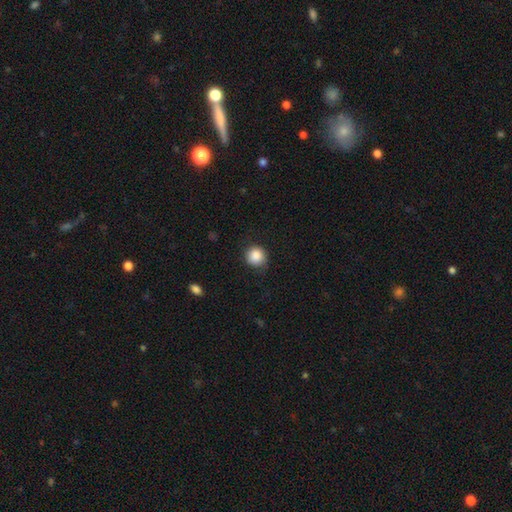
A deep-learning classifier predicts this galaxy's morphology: The model was most divided on "merging": none: 83%, minor disturbance: 13%, major disturbance: 3%, merger: 1%. More confident: how rounded — round (91%); smooth or featured — smooth (87%).